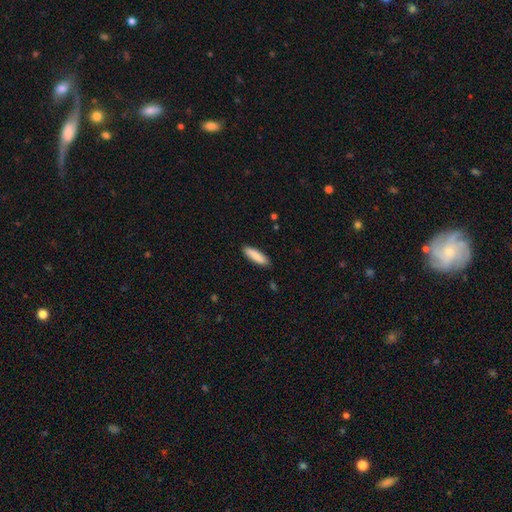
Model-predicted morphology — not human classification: This appears to be a smooth galaxy with no disk features (88%) that is cigar-shaped (58%). Merging: none (89%).